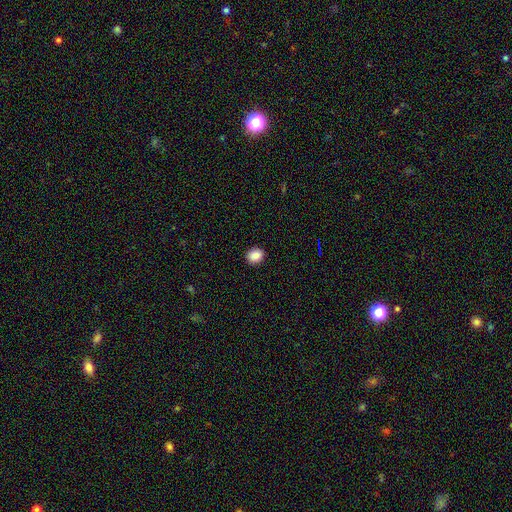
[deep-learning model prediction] A smooth galaxy with no disk features (87%) that is round (61%).

Vote fractions:
- Smooth or featured? smooth: 87% / star or artifact: 9% / featured or disk: 4%
- How rounded? round: 61% / in between: 38% / cigar-shaped: 1%
- Merging? none: 91% / minor disturbance: 6% / major disturbance: 2% / merger: 1%